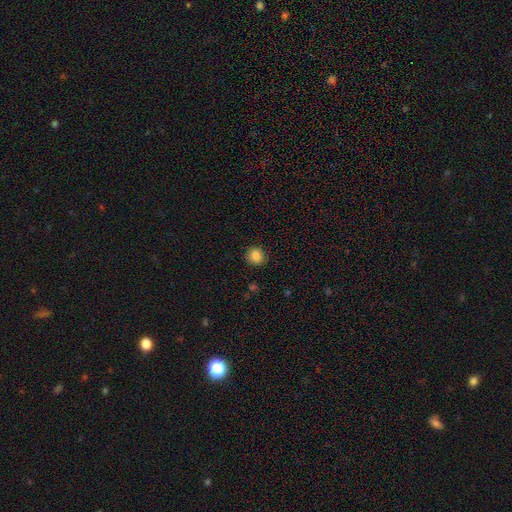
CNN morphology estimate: smooth-or-featured: smooth: 85% | star or artifact: 10% | featured or disk: 5%
  how-rounded: round: 85% | in between: 15% | cigar-shaped: 1%
  merging: none: 88% | minor disturbance: 9% | major disturbance: 2% | merger: 1%